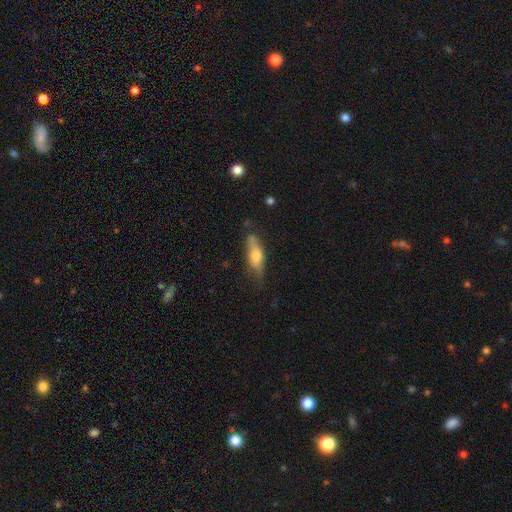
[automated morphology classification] Smooth or featured: smooth — 61% (featured or disk — 32%)
How rounded: cigar-shaped — 49% (tied with in between — 49%)
Merging: none — 67% (minor disturbance — 24%)